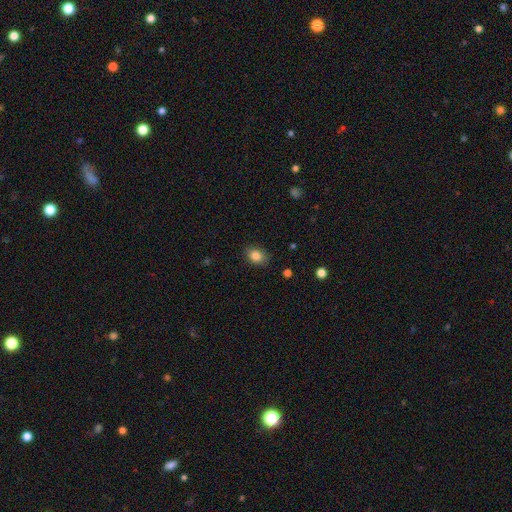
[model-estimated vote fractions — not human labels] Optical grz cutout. It shows a smooth galaxy with no disk features (84%) that is in between round and cigar-shaped (66%). Merging: none (83%).